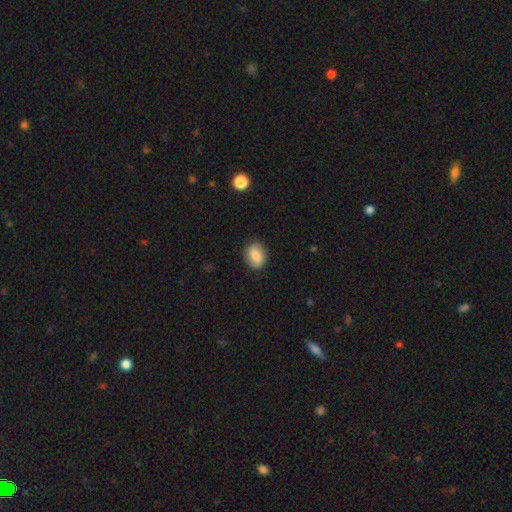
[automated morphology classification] type=smooth (85%); roundness=in between (72%); merging=none (85%).